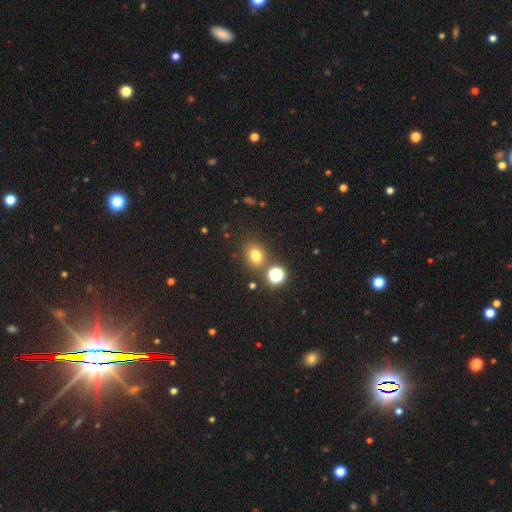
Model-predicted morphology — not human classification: smooth 73%, star or artifact 19%, featured or disk 7%. Down the decision tree: how rounded — round (65%); merging — none (78%).